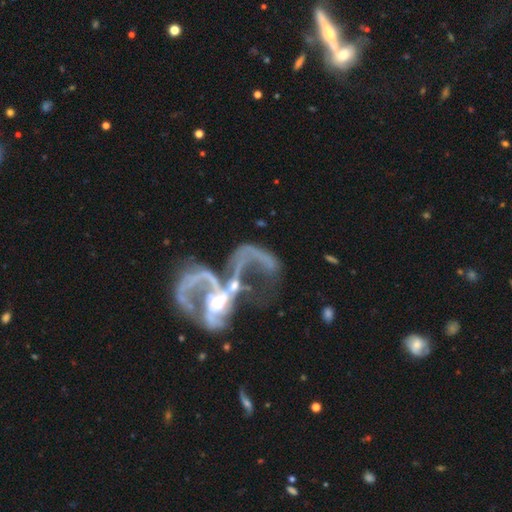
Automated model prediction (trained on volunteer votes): Smooth or featured? featured or disk (78%)
Edge-on disk? no (96%)
Bar? no (58%)
Spiral arms? yes (66%)
Bulge size? moderate (52%)
Merging? merger (53%)